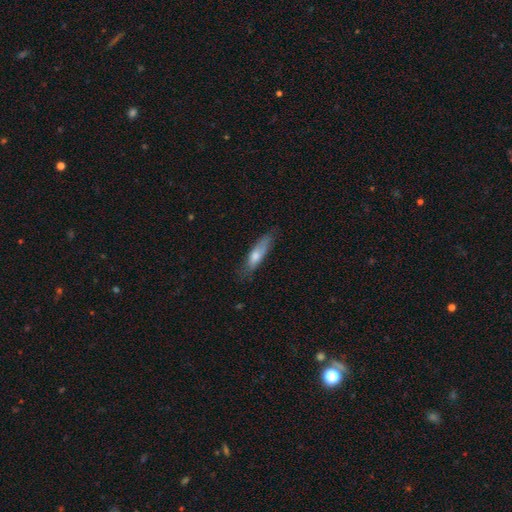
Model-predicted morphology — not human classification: Q: Smooth or featured?
A: smooth (62%); runner-up: featured or disk (32%)
Q: How rounded?
A: cigar-shaped (73%); runner-up: in between (25%)
Q: Merging?
A: none (73%); runner-up: minor disturbance (21%)